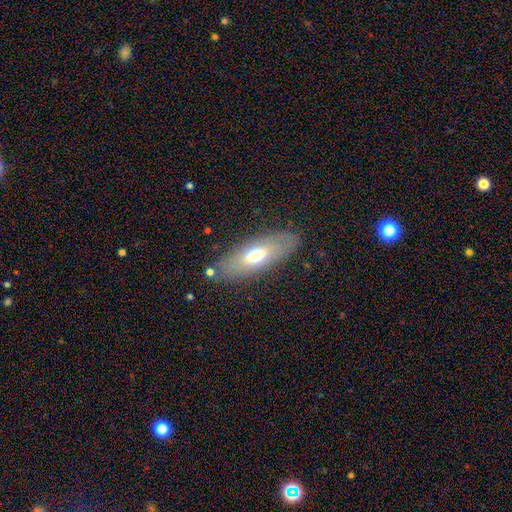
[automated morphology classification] Smooth or featured? Predicted: smooth (p=0.56). How rounded? Predicted: in between (p=0.70). Merging? Predicted: none (p=0.82).